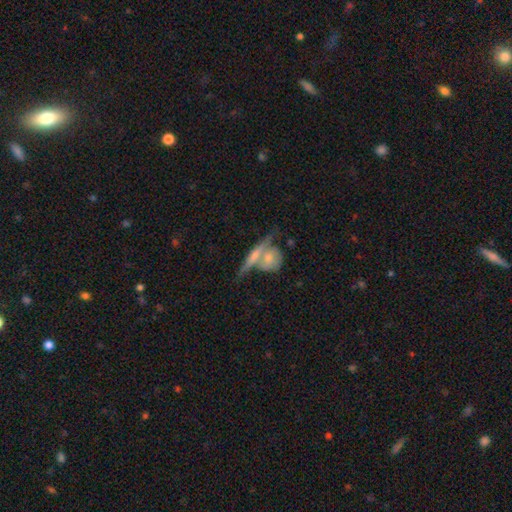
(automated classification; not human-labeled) smooth_or_featured: featured or disk (p=0.49) [alt: smooth p=0.44]
merging: merger (p=0.47) [alt: none p=0.36]